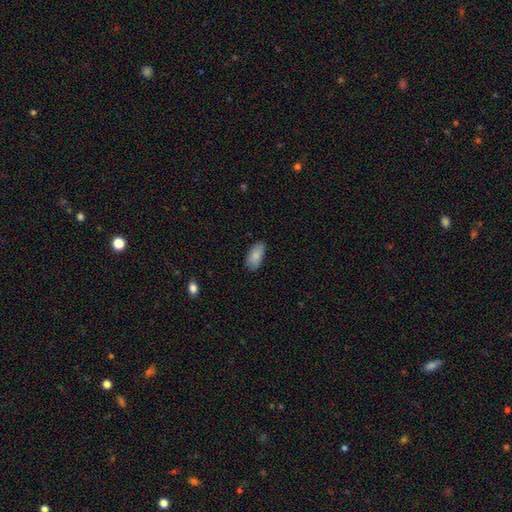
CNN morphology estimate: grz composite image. It shows a smooth galaxy with no disk features (86%) that is in between round and cigar-shaped (93%). Merging: none (81%).